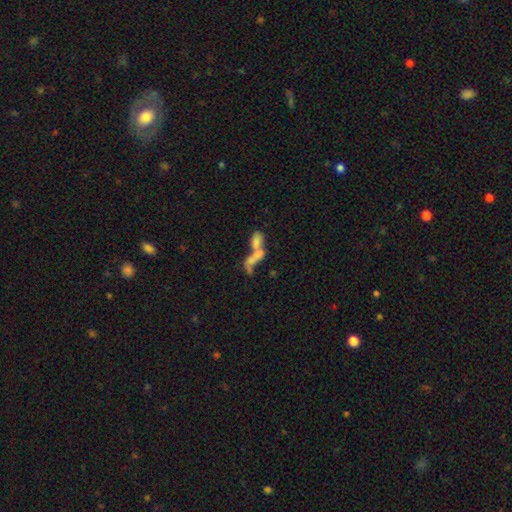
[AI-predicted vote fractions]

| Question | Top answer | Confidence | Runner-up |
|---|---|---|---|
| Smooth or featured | smooth | 53% | featured or disk (34%) |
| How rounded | in between | 65% | cigar-shaped (25%) |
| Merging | merger | 73% | none (12%) |